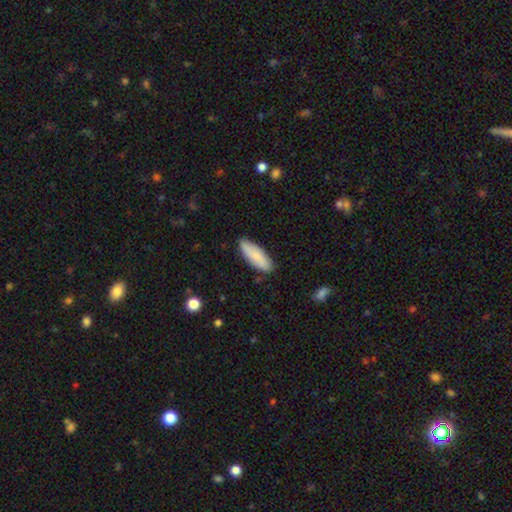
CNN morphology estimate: smooth_or_featured: smooth (p=0.78) [alt: featured or disk p=0.16]
how_rounded: in between (p=0.63) [alt: cigar-shaped p=0.35]
merging: none (p=0.84) [alt: minor disturbance p=0.12]